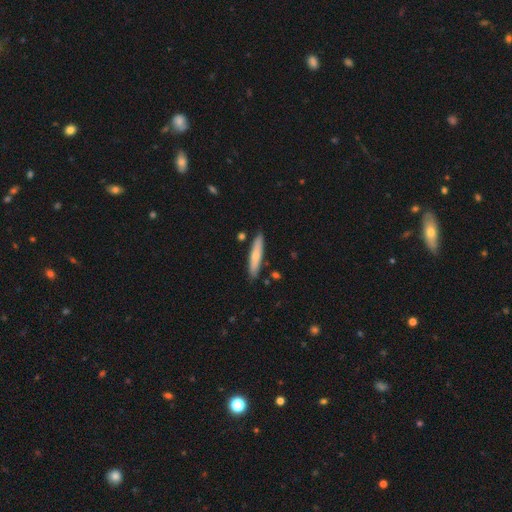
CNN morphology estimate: Smooth or featured: smooth — 66% (featured or disk — 29%)
How rounded: cigar-shaped — 88% (in between — 11%)
Merging: none — 86% (minor disturbance — 9%)